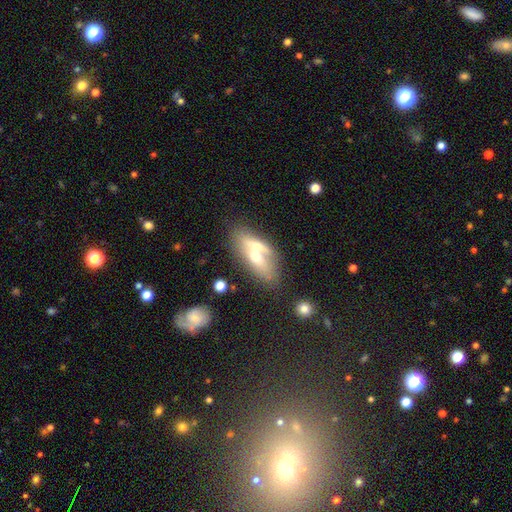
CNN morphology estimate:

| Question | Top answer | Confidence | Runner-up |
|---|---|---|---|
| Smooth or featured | smooth | 48% | featured or disk (44%) |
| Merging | none | 41% | tied: merger (41%) |